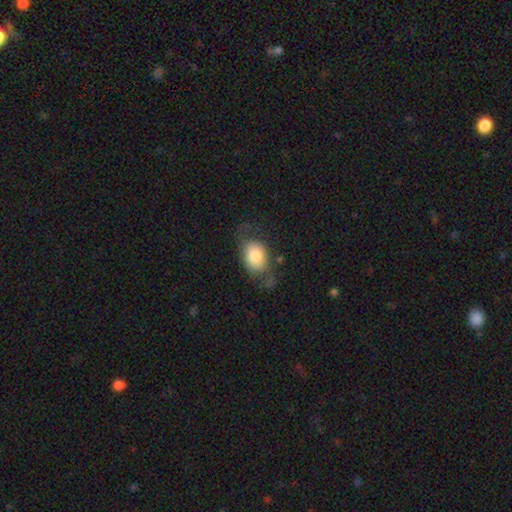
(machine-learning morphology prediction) Smooth or featured? smooth (72%)
How rounded? in between (74%)
Merging? none (49%)